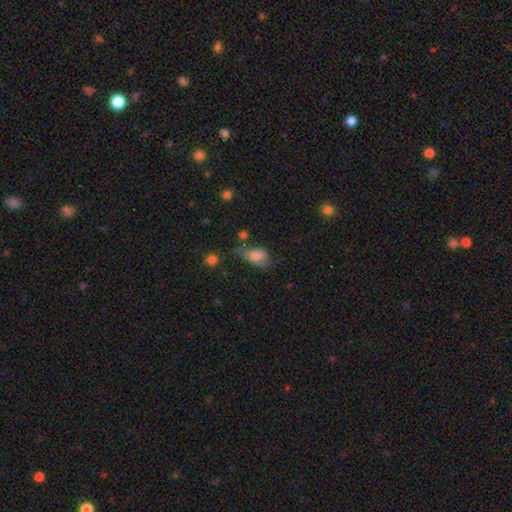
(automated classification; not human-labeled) Overall: smooth (71%). How rounded: in between (86%). Merging: minor disturbance (34%; none 33%).